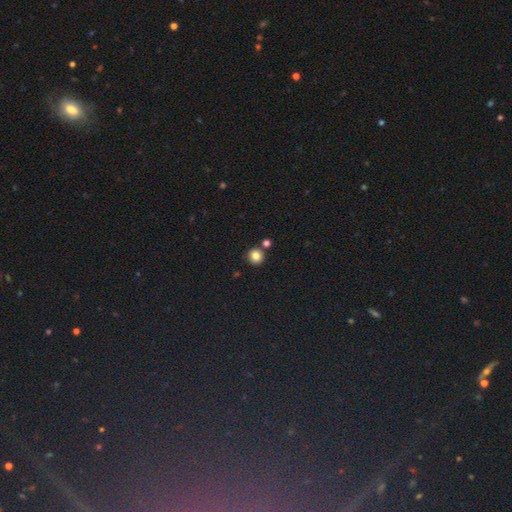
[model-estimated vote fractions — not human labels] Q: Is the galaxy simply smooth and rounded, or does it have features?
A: smooth — 83%.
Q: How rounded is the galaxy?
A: round — 92%.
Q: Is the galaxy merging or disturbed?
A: none — 81%.